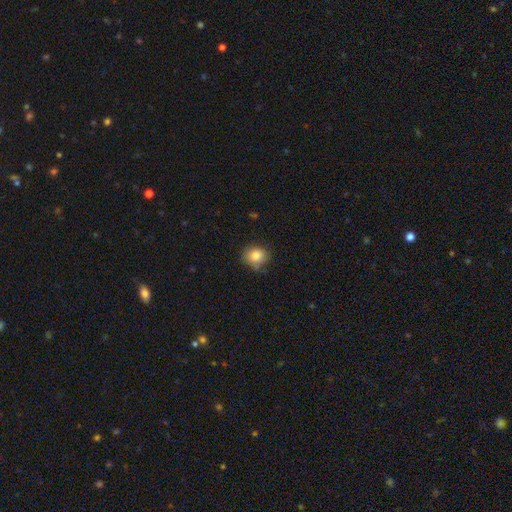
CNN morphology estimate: This is clearly a smooth galaxy (83%). How rounded: likely round (77%). Merging: likely none (74%).